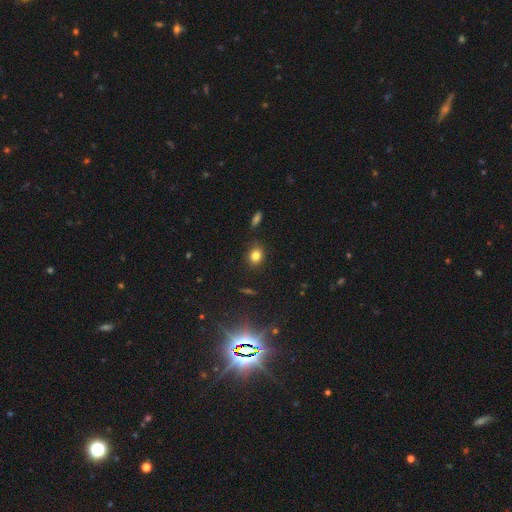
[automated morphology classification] smooth-or-featured: smooth: 80% | star or artifact: 13% | featured or disk: 7%
  how-rounded: round: 62% | in between: 37% | cigar-shaped: 1%
  merging: none: 83% | minor disturbance: 12% | major disturbance: 3% | merger: 2%